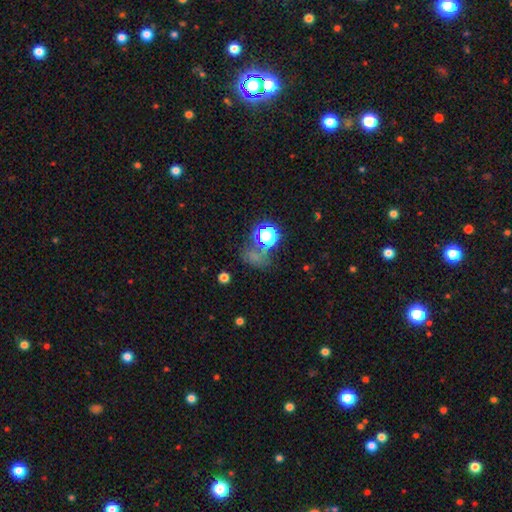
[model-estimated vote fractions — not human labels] Smooth or featured? Predicted: star or artifact (p=0.47).